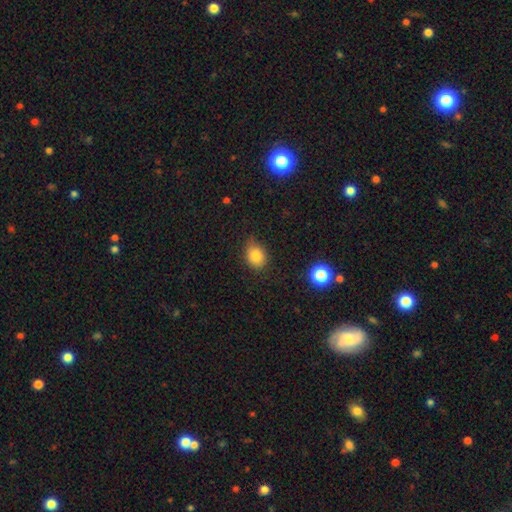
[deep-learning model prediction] Overall: smooth (82%). How rounded: round (55%; in between 44%). Merging: none (69%).